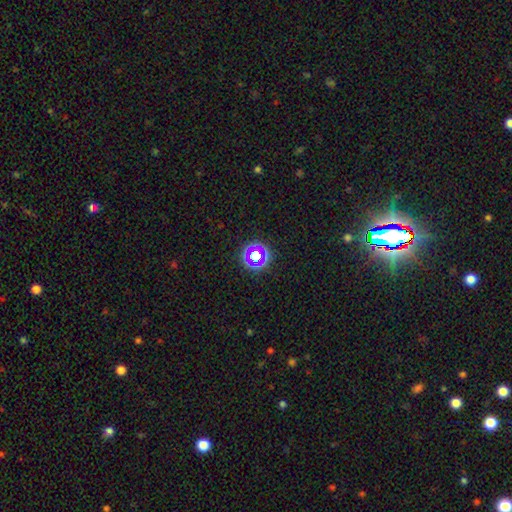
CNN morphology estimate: This appears to be a star or artifact, not a galaxy (52%).